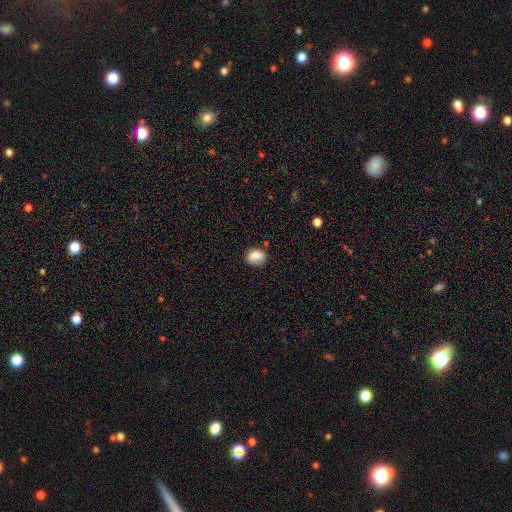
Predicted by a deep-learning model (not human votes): The model was most divided on "how rounded": round: 58%, in between: 41%, cigar-shaped: 1%. More confident: smooth or featured — smooth (82%); merging — none (73%).